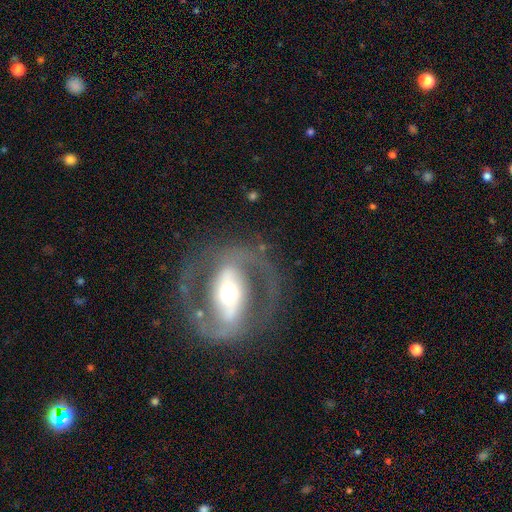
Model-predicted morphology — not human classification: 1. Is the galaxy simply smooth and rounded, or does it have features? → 86% featured or disk, 9% smooth, 5% star or artifact.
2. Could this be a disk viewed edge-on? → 95% no, 5% yes.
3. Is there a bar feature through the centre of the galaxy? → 61% strong, 23% weak, 16% no.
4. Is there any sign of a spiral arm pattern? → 82% yes, 18% no.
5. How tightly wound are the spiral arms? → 53% medium, 28% tight, 19% loose.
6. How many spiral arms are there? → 90% 2, 4% can't tell, 3% 1, 1% 3, 1% 4, 1% more than 4.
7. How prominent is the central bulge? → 63% moderate, 18% large, 16% small, 2% dominant, 1% none.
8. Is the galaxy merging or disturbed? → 78% none, 11% minor disturbance, 9% major disturbance, 2% merger.